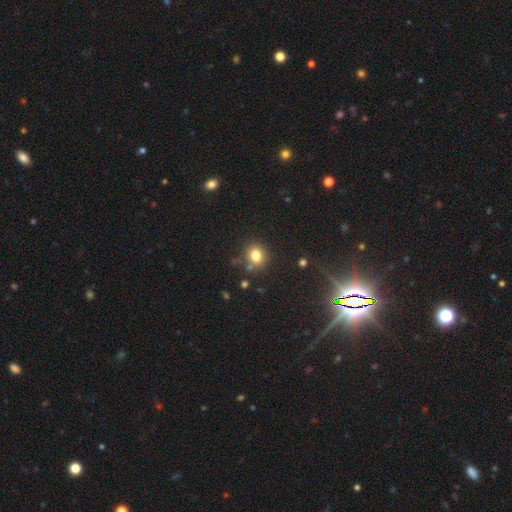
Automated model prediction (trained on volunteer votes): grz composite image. It shows a smooth galaxy with no disk features (80%) that is round (77%). Merging: none (79%).